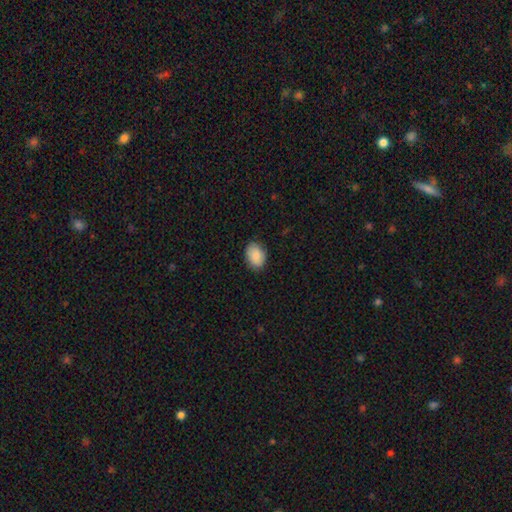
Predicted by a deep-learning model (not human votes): Smooth or featured?
  - smooth: 87% *
  - star or artifact: 7%
  - featured or disk: 6%
How rounded?
  - in between: 79% *
  - round: 20%
  - cigar-shaped: 1%
Merging?
  - none: 85% *
  - minor disturbance: 11%
  - major disturbance: 2%
  - merger: 1%